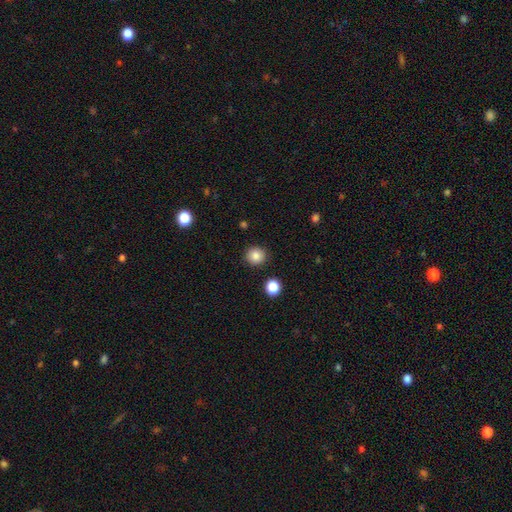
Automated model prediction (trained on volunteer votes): Smooth or featured? smooth (85%)
How rounded? round (90%)
Merging? none (90%)